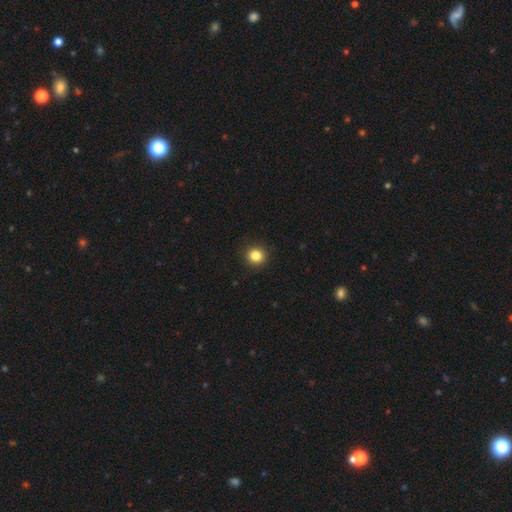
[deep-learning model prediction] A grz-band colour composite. It shows a smooth galaxy with no disk features (84%) that is round (91%). Merging: none (93%).